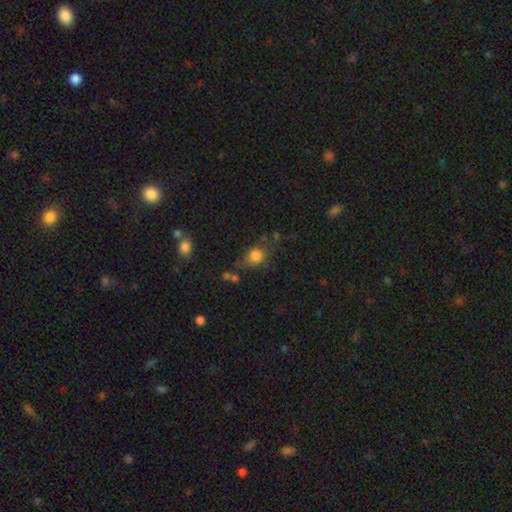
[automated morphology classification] Smooth or featured? Predicted: smooth (p=0.79). How rounded? Predicted: round (p=0.63). Merging? Predicted: none (p=0.59).